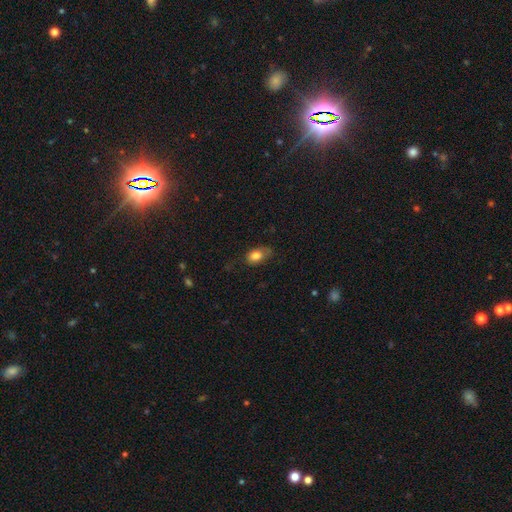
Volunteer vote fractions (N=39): Smooth or featured: smooth — 85% (featured or disk — 13%)
How rounded: in between — 79% (round — 15%)
Merging: none — 50% (minor disturbance — 37%)